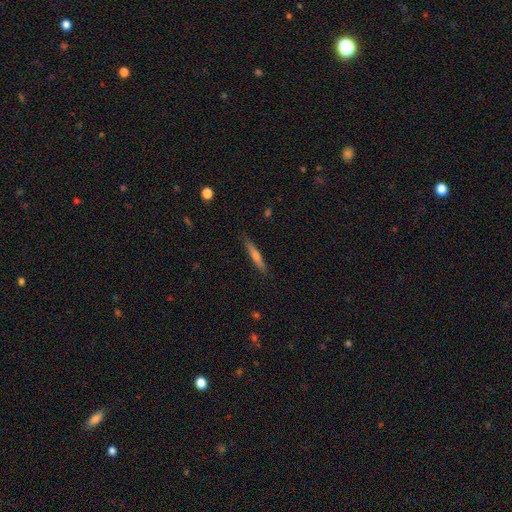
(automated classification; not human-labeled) The model was most divided on "smooth or featured": featured or disk: 47%, smooth: 44%, star or artifact: 9%. More confident: merging — none (89%).